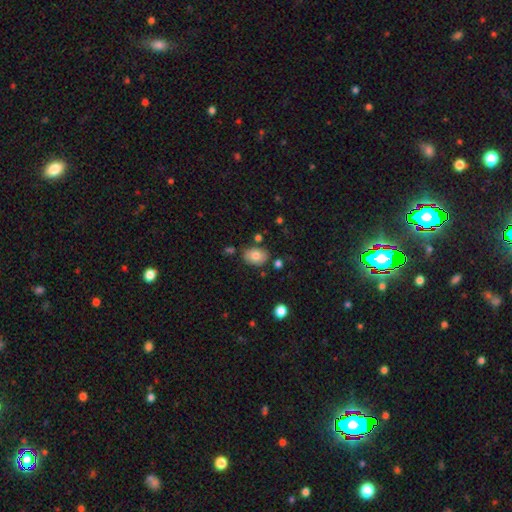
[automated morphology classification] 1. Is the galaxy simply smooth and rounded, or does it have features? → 77% smooth, 14% featured or disk, 8% star or artifact.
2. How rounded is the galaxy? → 74% in between, 25% round, 1% cigar-shaped.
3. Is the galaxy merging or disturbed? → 79% none, 14% minor disturbance, 4% merger, 3% major disturbance.